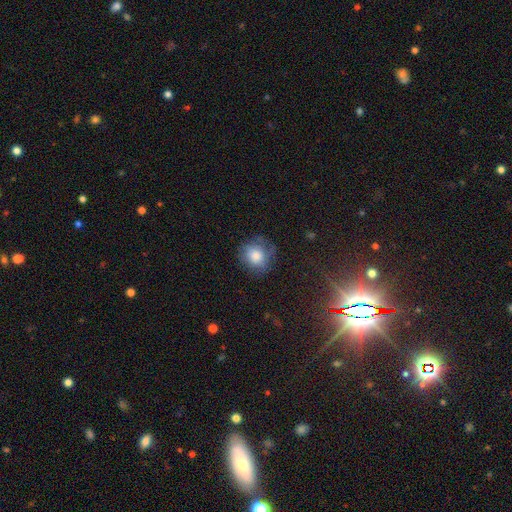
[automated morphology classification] The model was most divided on "merging": none: 65%, minor disturbance: 24%, major disturbance: 10%, merger: 2%. More confident: how rounded — round (81%); smooth or featured — smooth (75%).